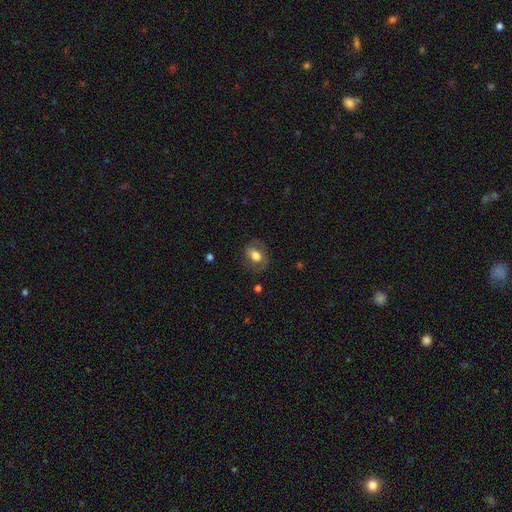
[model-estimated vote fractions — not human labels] A smooth galaxy with no disk features (69%) that is in between round and cigar-shaped (56%). Merging: none (77%).